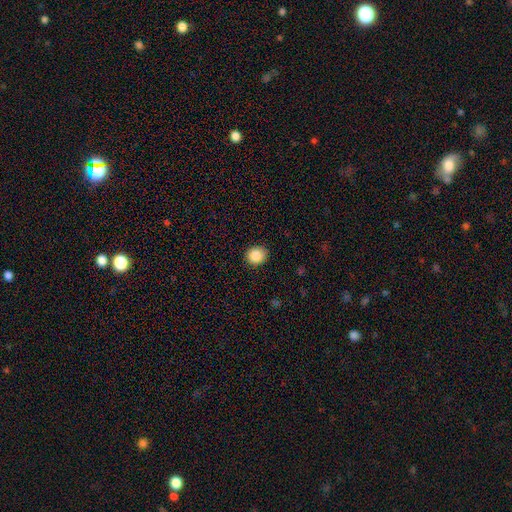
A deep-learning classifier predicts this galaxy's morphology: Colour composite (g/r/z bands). It shows a smooth galaxy with no disk features (87%) that is round (85%). Merging: none (90%).